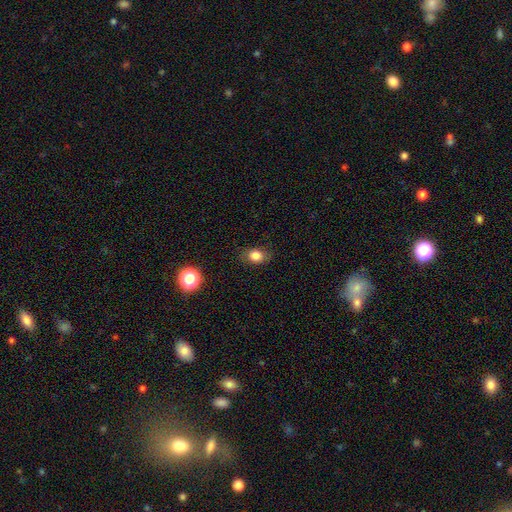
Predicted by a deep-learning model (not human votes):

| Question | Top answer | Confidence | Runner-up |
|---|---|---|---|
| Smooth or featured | smooth | 81% | star or artifact (11%) |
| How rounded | in between | 62% | round (37%) |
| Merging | none | 80% | minor disturbance (15%) |